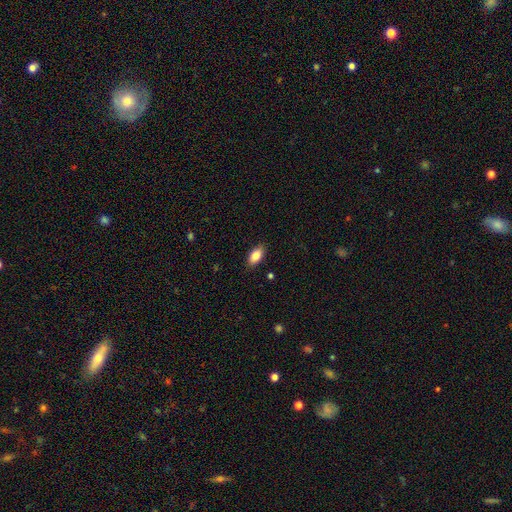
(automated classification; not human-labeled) smooth-or-featured: smooth: 86% | featured or disk: 7% | star or artifact: 7%
  how-rounded: in between: 92% | cigar-shaped: 4% | round: 4%
  merging: none: 88% | minor disturbance: 9% | major disturbance: 2% | merger: 1%